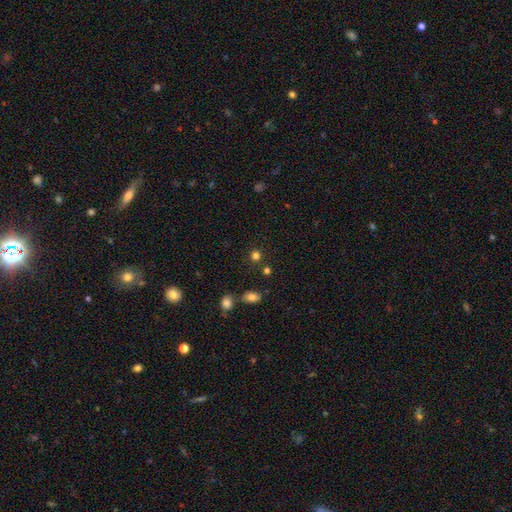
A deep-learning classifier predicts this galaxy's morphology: A smooth galaxy with no disk features (77%) that is round (87%). Merging: none (81%).